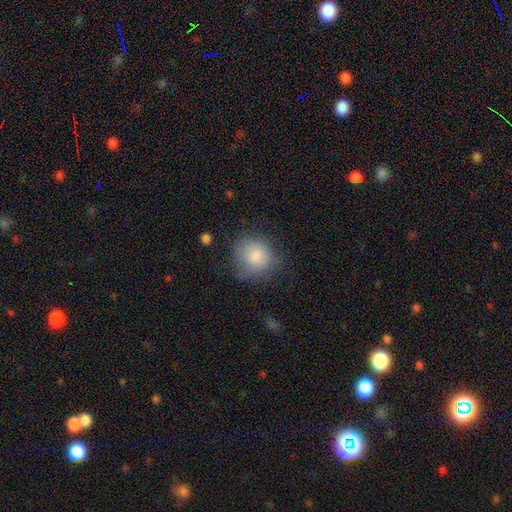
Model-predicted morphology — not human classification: smooth 81%, featured or disk 12%, star or artifact 8%. Down the decision tree: how rounded — round (82%); merging — none (57%).